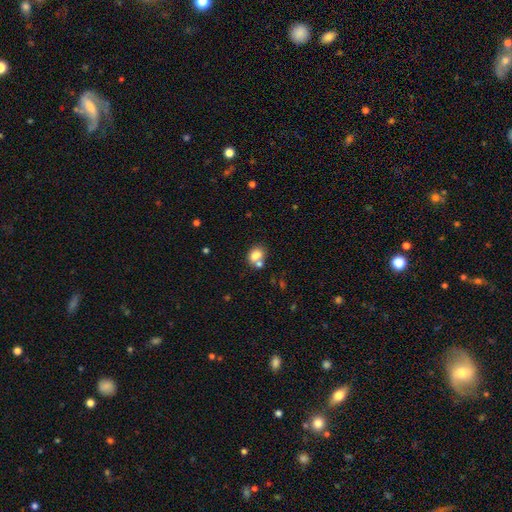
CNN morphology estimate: This appears to be a smooth galaxy with no disk features (77%) that is in between round and cigar-shaped (67%). Merging: none (43%).